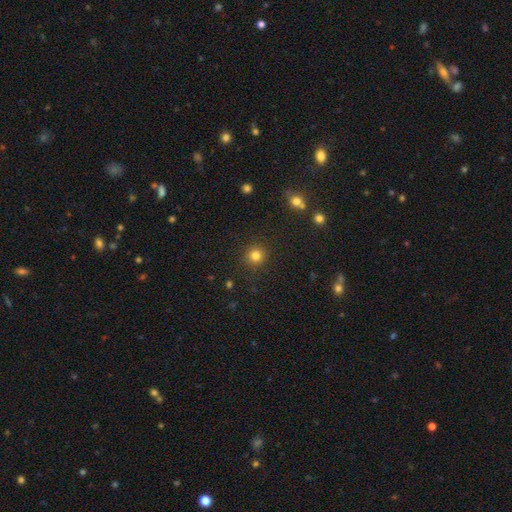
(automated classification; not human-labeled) smooth_or_featured: smooth (p=0.81) [alt: star or artifact p=0.14]
how_rounded: round (p=0.93) [alt: in between p=0.06]
merging: none (p=0.90) [alt: minor disturbance p=0.06]